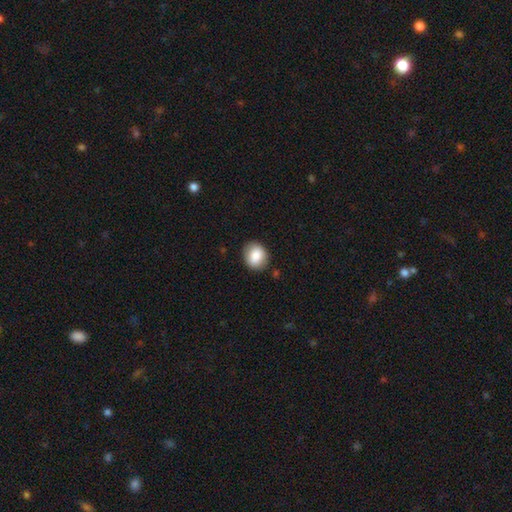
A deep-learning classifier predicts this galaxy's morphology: A smooth galaxy with no disk features (86%) that is round (57%).

Vote fractions:
- Smooth or featured? smooth: 86% / star or artifact: 7% / featured or disk: 6%
- How rounded? round: 57% / in between: 42% / cigar-shaped: 1%
- Merging? none: 82% / minor disturbance: 14% / major disturbance: 3% / merger: 2%